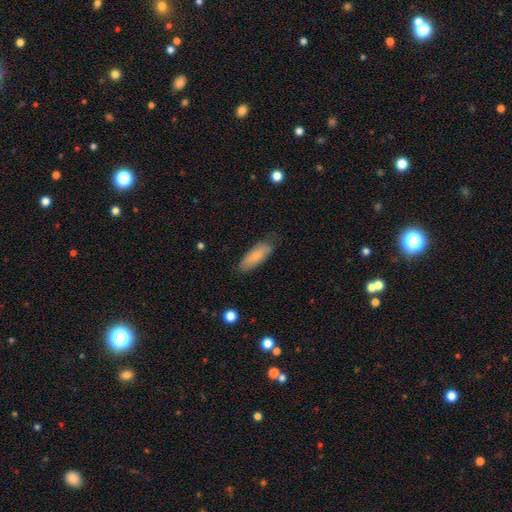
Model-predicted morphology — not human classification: A smooth galaxy with no disk features (77%) that is in between round and cigar-shaped (63%). Merging: none (76%).